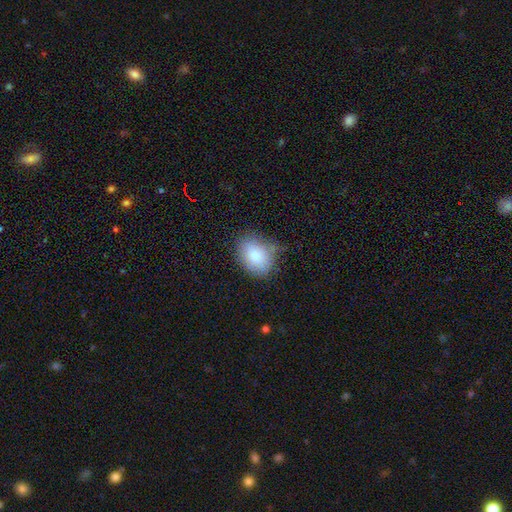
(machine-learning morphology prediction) This appears to be a smooth galaxy with no disk features (83%) that is in between round and cigar-shaped (68%). Merging: none (64%).